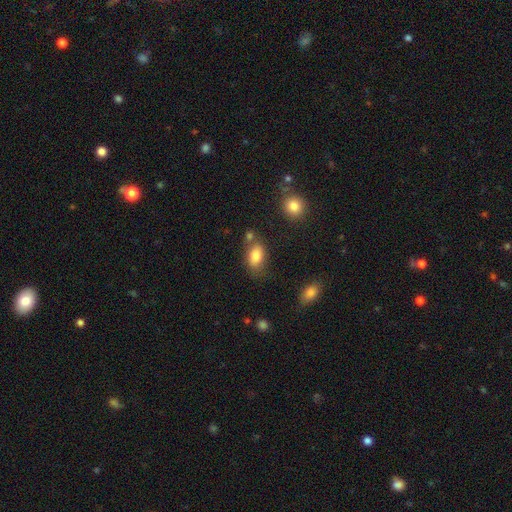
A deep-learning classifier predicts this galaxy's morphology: type=smooth (83%); roundness=in between (87%); merging=none (62%).